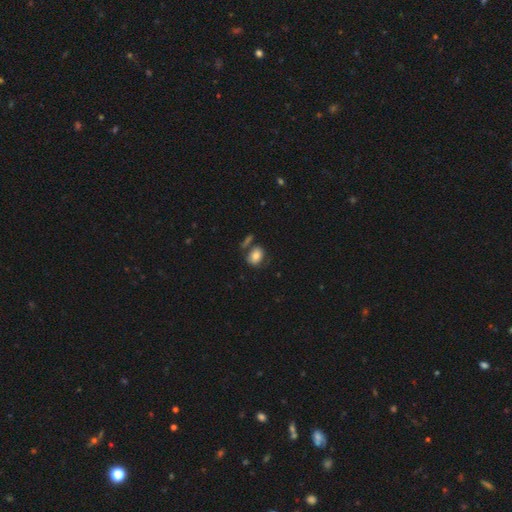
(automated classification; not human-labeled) Smooth or featured? smooth (78%)
How rounded? in between (65%)
Merging? none (59%)